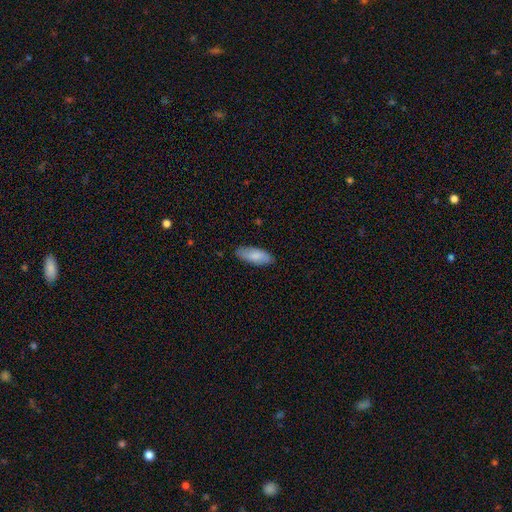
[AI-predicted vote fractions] smooth 83%, featured or disk 12%, star or artifact 6%. Down the decision tree: how rounded — in between (78%); merging — none (84%).